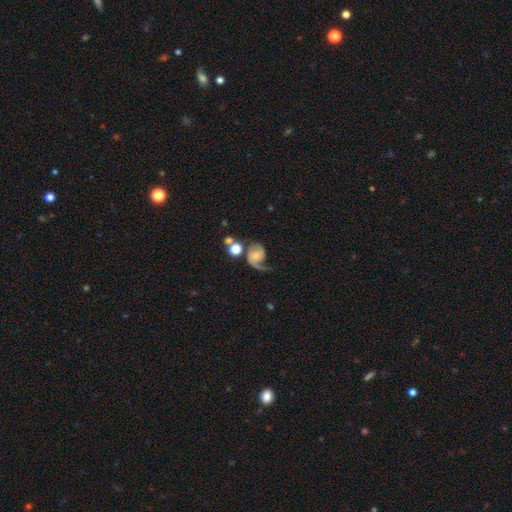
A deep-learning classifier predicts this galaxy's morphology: This appears to be a featured or disk galaxy (72%) with no bar (71%), 2 (48%) loose (46%) spiral arms (92%) and a small central bulge (56%). Merging: none (37%).